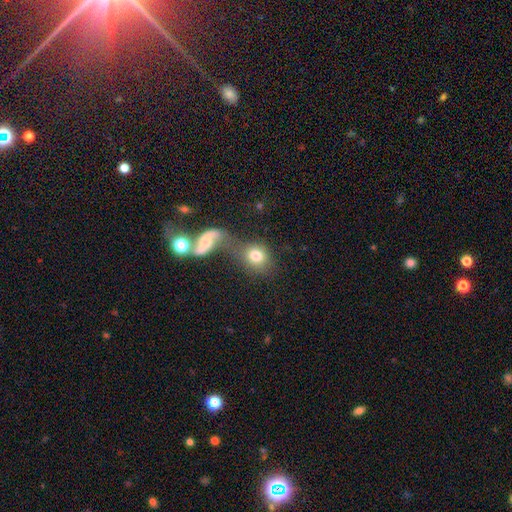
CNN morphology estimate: smooth 74%, featured or disk 17%, star or artifact 9%. Down the decision tree: how rounded — round (59%); merging — merger (46%).